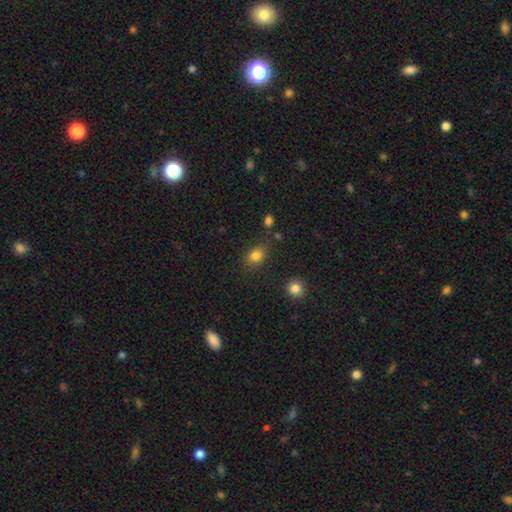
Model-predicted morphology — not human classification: Smooth or featured: smooth — 83% (star or artifact — 11%)
How rounded: in between — 68% (round — 30%)
Merging: none — 79% (minor disturbance — 13%)